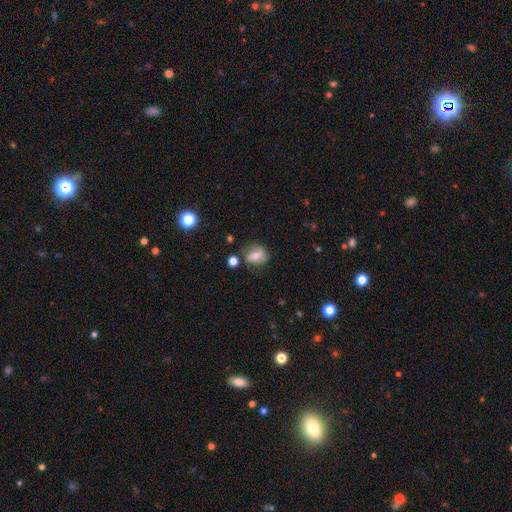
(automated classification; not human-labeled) Smooth or featured? smooth (47%)
Merging? none (62%)